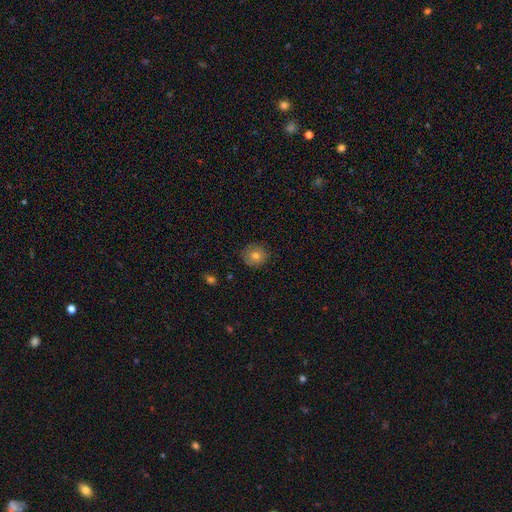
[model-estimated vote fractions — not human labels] This appears to be a smooth galaxy with no disk features (75%) that is round (90%). Merging: none (87%).